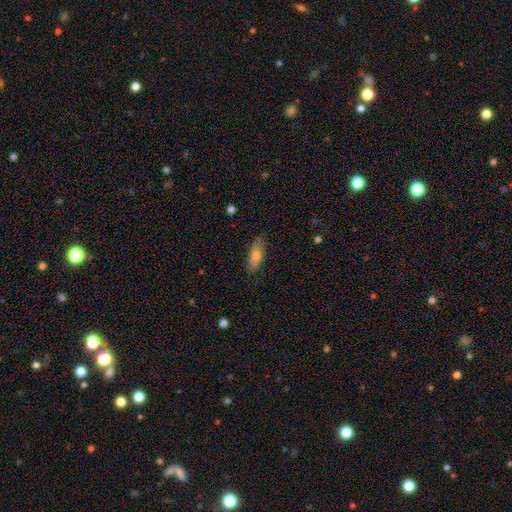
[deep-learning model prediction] Overall: smooth (74%). How rounded: in between (74%). Merging: none (81%).